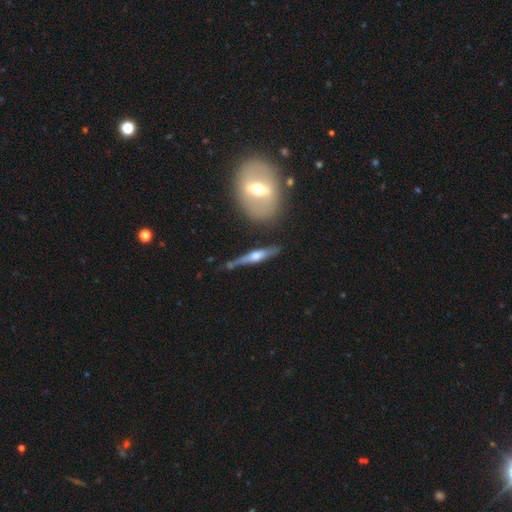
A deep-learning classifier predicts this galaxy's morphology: A featured or disk galaxy (70%) viewed edge-on (94%) with a rounded central bulge (89%). Merging: none (73%).